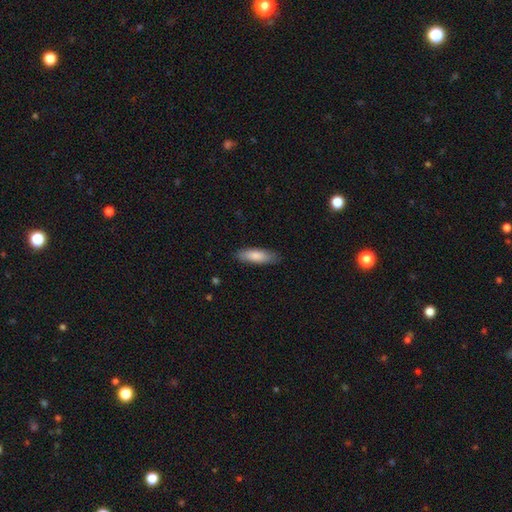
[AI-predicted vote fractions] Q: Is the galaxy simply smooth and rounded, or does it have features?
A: smooth — 83%.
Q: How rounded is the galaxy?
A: in between — 52%.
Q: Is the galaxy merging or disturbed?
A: none — 85%.